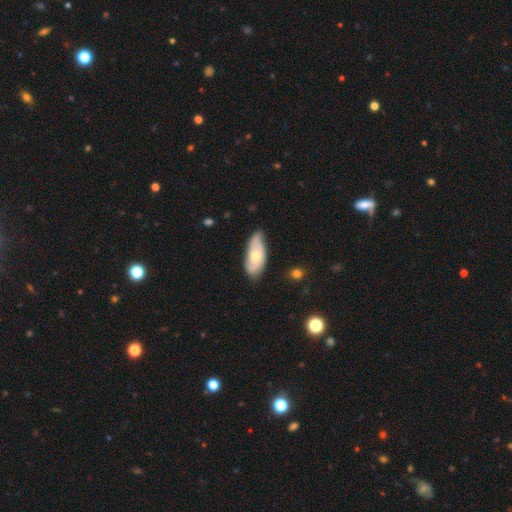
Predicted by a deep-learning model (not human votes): The model was most divided on "smooth or featured": smooth: 51%, featured or disk: 44%, star or artifact: 6%. More confident: how rounded — in between (84%); merging — none (62%).